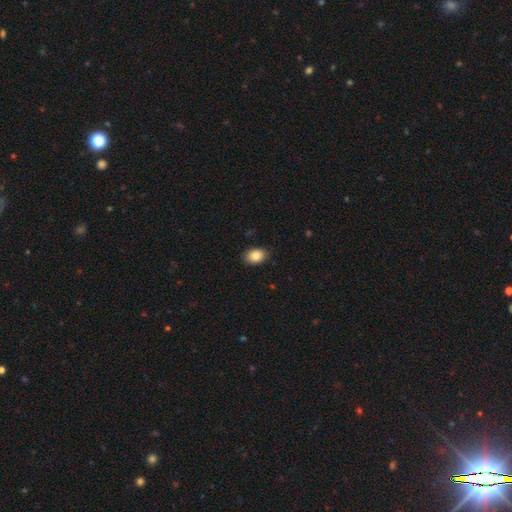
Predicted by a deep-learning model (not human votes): A smooth galaxy with no disk features (86%) that is in between round and cigar-shaped (79%).

Vote fractions:
- Smooth or featured? smooth: 86% / star or artifact: 8% / featured or disk: 6%
- How rounded? in between: 79% / round: 20% / cigar-shaped: 1%
- Merging? none: 85% / minor disturbance: 11% / major disturbance: 2% / merger: 1%